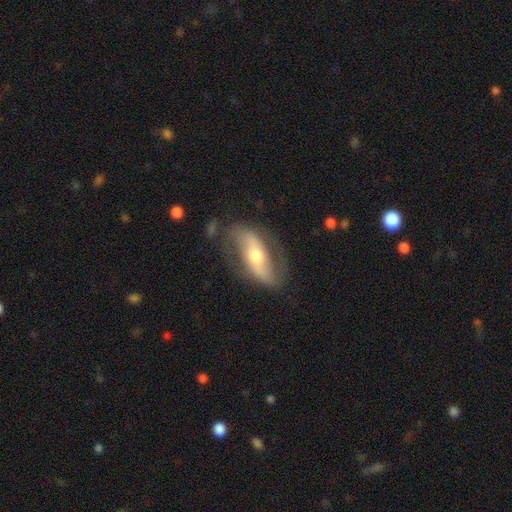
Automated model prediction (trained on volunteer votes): smooth_or_featured: featured or disk (p=0.76) [alt: smooth p=0.19]
disk_edge_on: no (p=0.89) [alt: yes p=0.11]
bar: strong (p=0.46) [alt: weak p=0.28]
has_spiral_arms: yes (p=0.84) [alt: no p=0.16]
spiral_winding: loose (p=0.49) [alt: medium p=0.35]
spiral_arm_count: 2 (p=0.89) [alt: can't tell p=0.06]
bulge_size: moderate (p=0.64) [alt: small p=0.25]
merging: none (p=0.71) [alt: minor disturbance p=0.17]